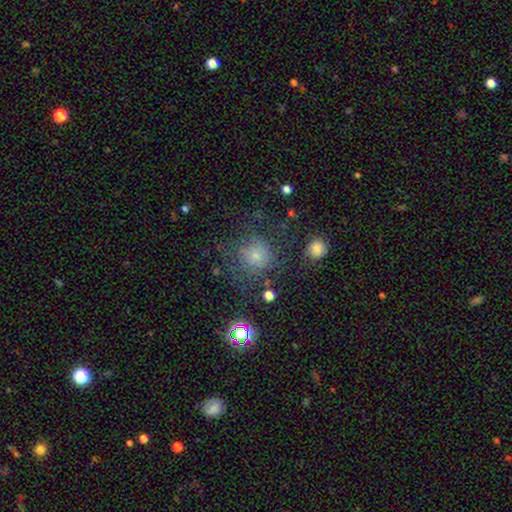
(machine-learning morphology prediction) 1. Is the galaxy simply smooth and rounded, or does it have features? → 63% smooth, 19% featured or disk, 19% star or artifact.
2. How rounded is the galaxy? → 90% round, 9% in between, 1% cigar-shaped.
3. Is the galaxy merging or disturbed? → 63% none, 18% minor disturbance, 16% major disturbance, 4% merger.